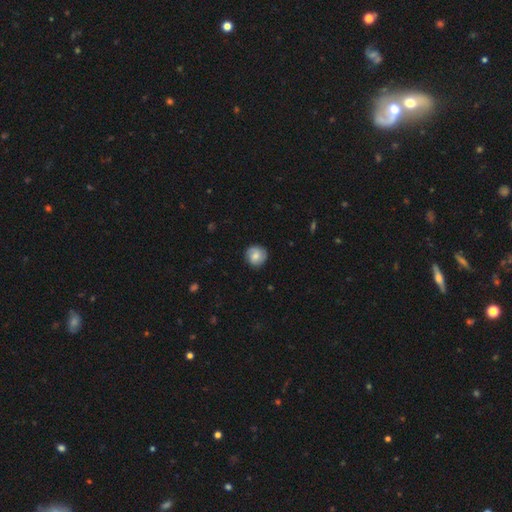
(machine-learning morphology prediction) A smooth galaxy with no disk features (61%) that is round (91%). Merging: none (84%).